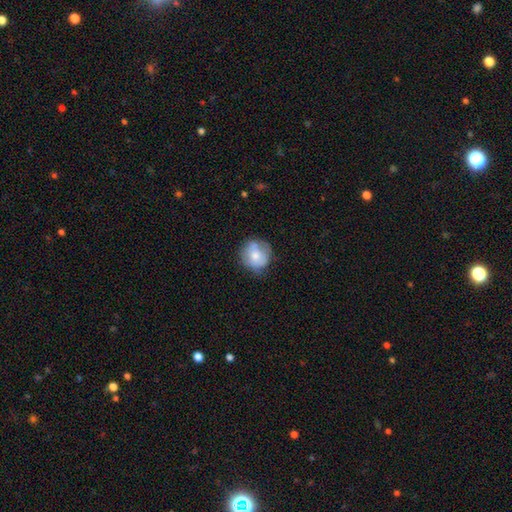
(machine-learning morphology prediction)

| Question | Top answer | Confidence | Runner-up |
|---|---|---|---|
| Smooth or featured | smooth | 63% | featured or disk (29%) |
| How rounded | round | 86% | in between (13%) |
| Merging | none | 63% | minor disturbance (25%) |